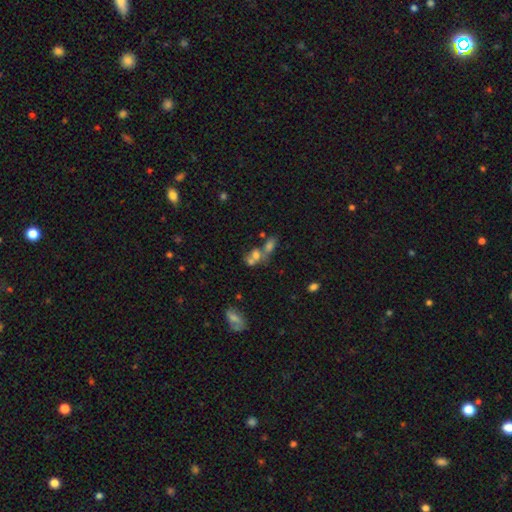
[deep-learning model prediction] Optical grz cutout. It shows a smooth galaxy with no disk features (59%) that is in between round and cigar-shaped (61%). Merging: merger (62%).